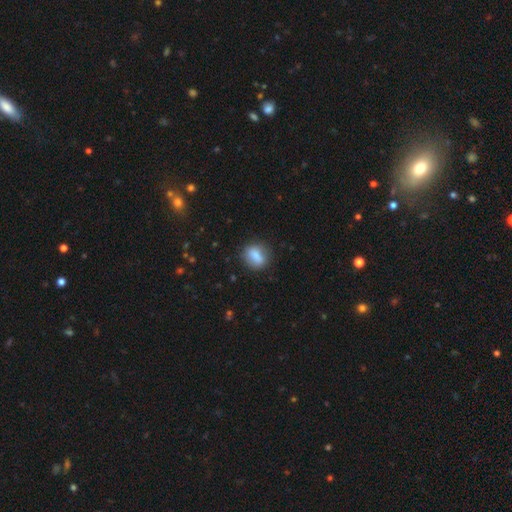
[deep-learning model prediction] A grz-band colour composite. It shows a smooth galaxy with no disk features (78%) that is in between round and cigar-shaped (51%). Merging: none (76%).